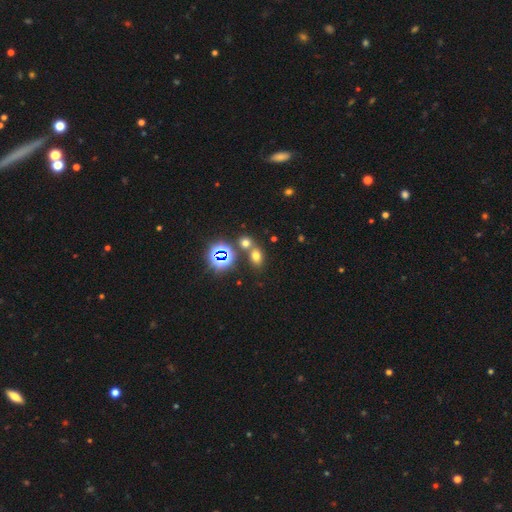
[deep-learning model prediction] This is likely a smooth galaxy (60%). How rounded: possibly in between (57%). Merging: possibly none (59%).